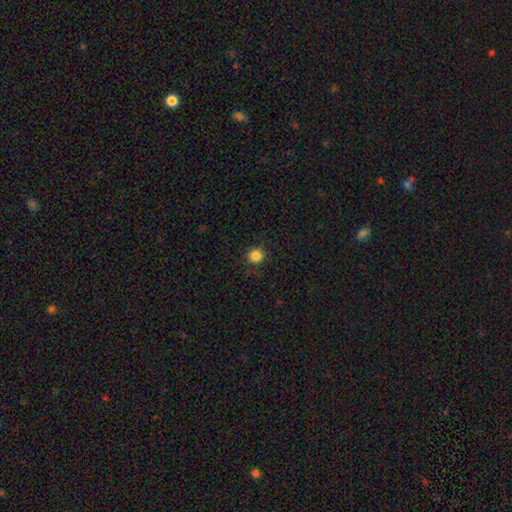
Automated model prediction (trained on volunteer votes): Smooth or featured: smooth — 84% (star or artifact — 12%)
How rounded: round — 94% (in between — 5%)
Merging: none — 89% (minor disturbance — 8%)